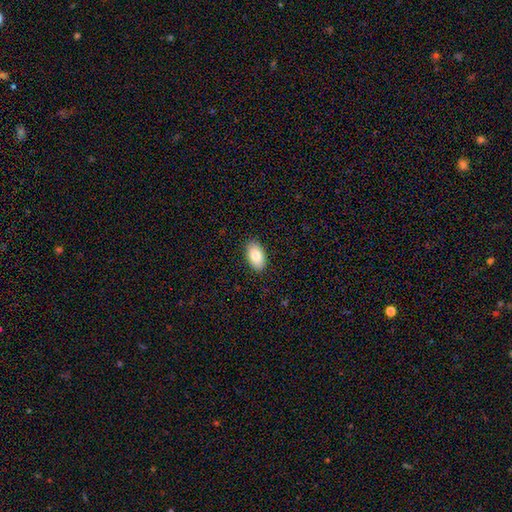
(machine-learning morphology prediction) Smooth or featured?
  - smooth: 82% *
  - featured or disk: 11%
  - star or artifact: 7%
How rounded?
  - in between: 94% *
  - round: 4%
  - cigar-shaped: 2%
Merging?
  - none: 89% *
  - minor disturbance: 8%
  - major disturbance: 2%
  - merger: 1%